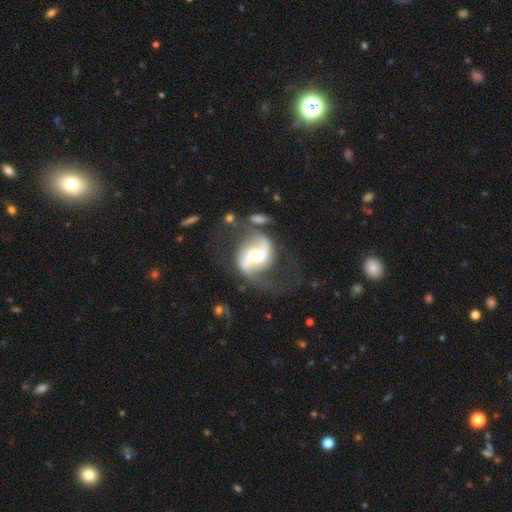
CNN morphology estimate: The model was most divided on "bar": weak: 37%, strong: 34%, no: 29%. More confident: edge-on disk — no (97%); spiral arms — yes (94%); spiral arm count — 2 (90%); smooth or featured — featured or disk (86%); bulge size — moderate (63%); spiral winding — loose (53%); merging — none (53%).